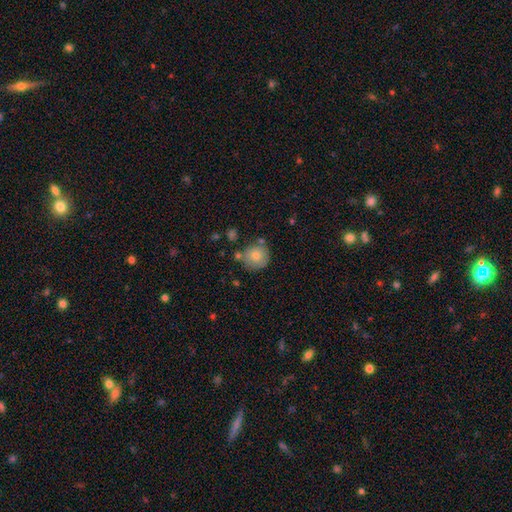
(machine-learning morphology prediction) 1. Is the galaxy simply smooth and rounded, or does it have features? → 78% smooth, 14% featured or disk, 8% star or artifact.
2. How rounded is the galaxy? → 91% round, 8% in between, 1% cigar-shaped.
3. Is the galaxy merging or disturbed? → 73% none, 15% minor disturbance, 8% merger, 4% major disturbance.